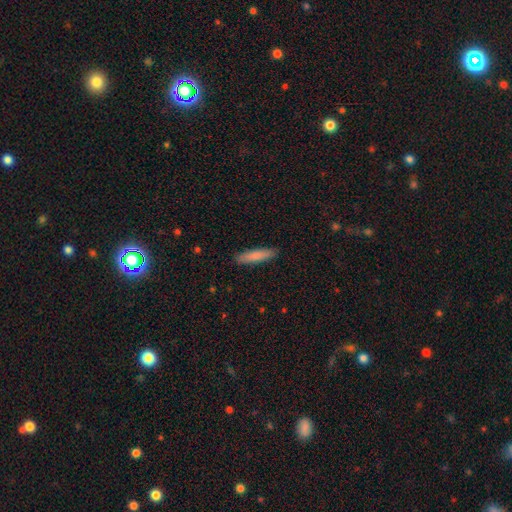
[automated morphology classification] A smooth galaxy with no disk features (83%) that is cigar-shaped (83%).

Vote fractions:
- Smooth or featured? smooth: 83% / featured or disk: 12% / star or artifact: 6%
- How rounded? cigar-shaped: 83% / in between: 15% / round: 1%
- Merging? none: 90% / minor disturbance: 7% / major disturbance: 2% / merger: 1%